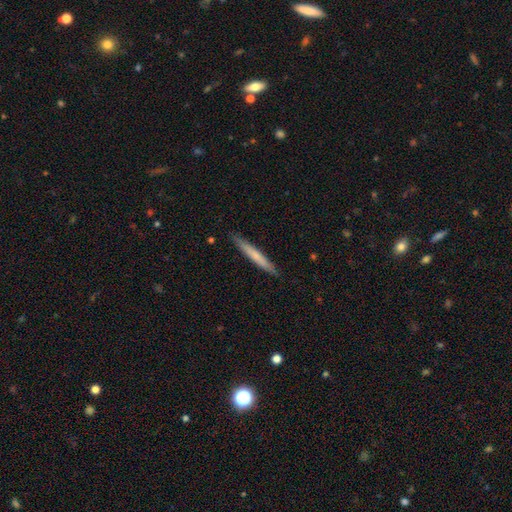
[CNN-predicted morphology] Q: Smooth or featured?
A: smooth (62%); runner-up: featured or disk (33%)
Q: How rounded?
A: cigar-shaped (96%); runner-up: in between (3%)
Q: Merging?
A: none (90%); runner-up: minor disturbance (8%)